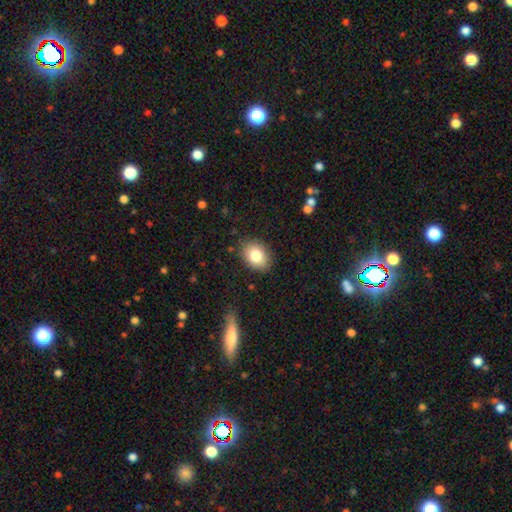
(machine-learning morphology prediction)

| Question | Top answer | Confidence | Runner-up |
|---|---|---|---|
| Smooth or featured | smooth | 83% | featured or disk (9%) |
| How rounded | in between | 73% | round (26%) |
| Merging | none | 85% | minor disturbance (11%) |